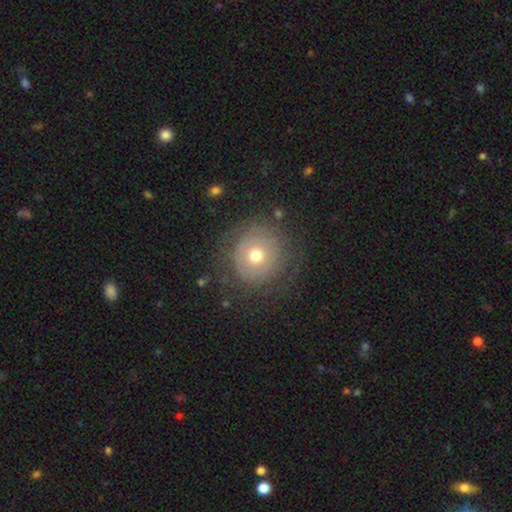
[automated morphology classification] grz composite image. It shows a featured or disk galaxy (45%, tied with smooth). Merging: none (73%).